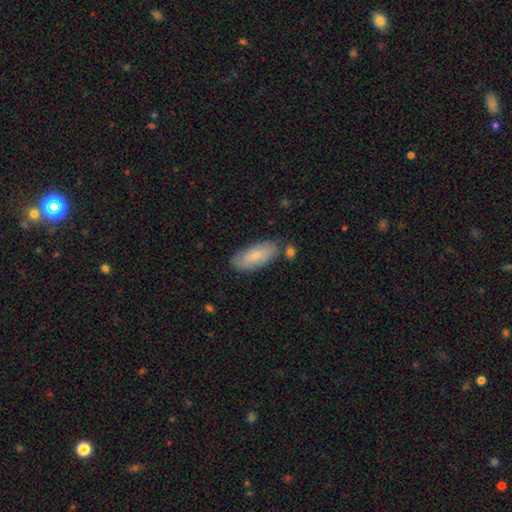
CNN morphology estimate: Overall: smooth (69%). How rounded: in between (85%). Merging: none (74%).